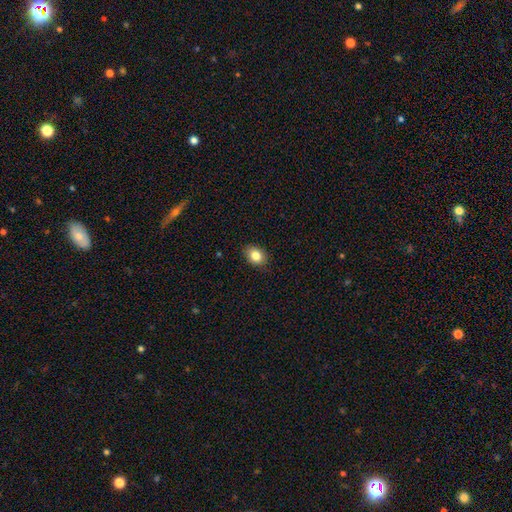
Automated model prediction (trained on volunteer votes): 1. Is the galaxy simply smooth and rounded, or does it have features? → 83% smooth, 9% star or artifact, 8% featured or disk.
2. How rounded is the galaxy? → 68% in between, 31% round, 1% cigar-shaped.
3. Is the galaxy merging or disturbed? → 86% none, 11% minor disturbance, 2% major disturbance, 1% merger.